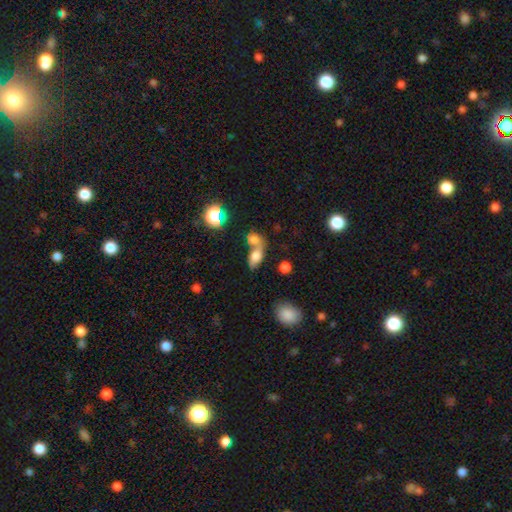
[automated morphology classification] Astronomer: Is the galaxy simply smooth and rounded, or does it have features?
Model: smooth — 72%.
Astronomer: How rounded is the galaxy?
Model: in between — 80%.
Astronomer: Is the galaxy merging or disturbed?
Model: merger — 63%.